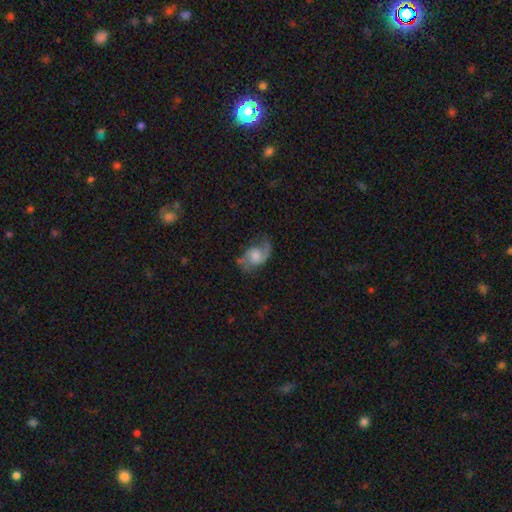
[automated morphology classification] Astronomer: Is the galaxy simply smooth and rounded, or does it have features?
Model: featured or disk — 71%.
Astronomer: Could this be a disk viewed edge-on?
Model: no — 97%.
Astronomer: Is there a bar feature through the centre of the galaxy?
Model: no — 59% (runner-up: weak, 35%).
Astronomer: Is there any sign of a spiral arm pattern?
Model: yes — 92%.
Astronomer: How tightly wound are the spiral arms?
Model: loose — 45% (runner-up: medium, 43%).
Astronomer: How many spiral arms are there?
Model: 2 — 76%.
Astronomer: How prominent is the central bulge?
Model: moderate — 36% (runner-up: small, 25%).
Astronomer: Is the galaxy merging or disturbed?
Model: none — 58%.